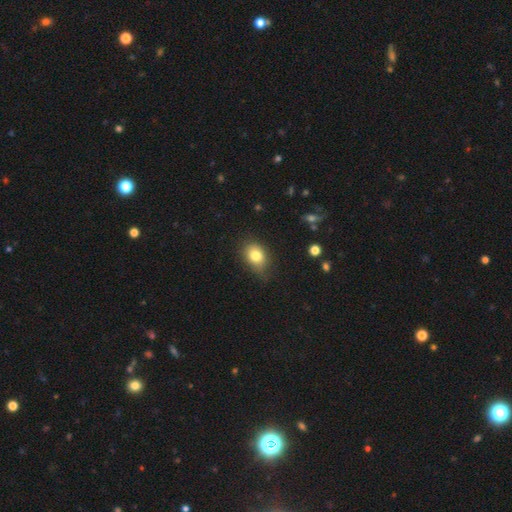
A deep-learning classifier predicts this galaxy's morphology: A smooth galaxy with no disk features (80%) that is in between round and cigar-shaped (66%). Merging: none (65%).